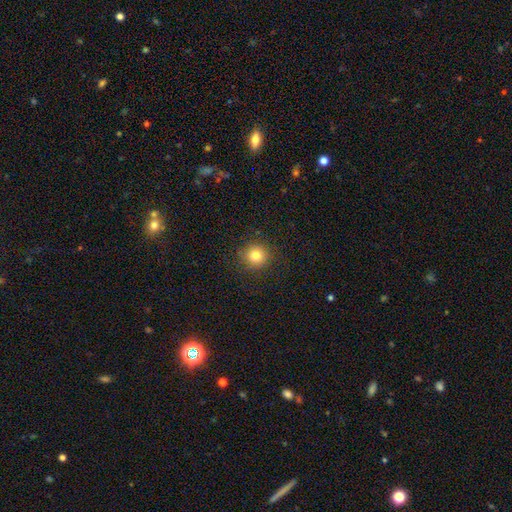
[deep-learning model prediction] Morphology: type=smooth (81%); roundness=round (94%); merging=none (90%).